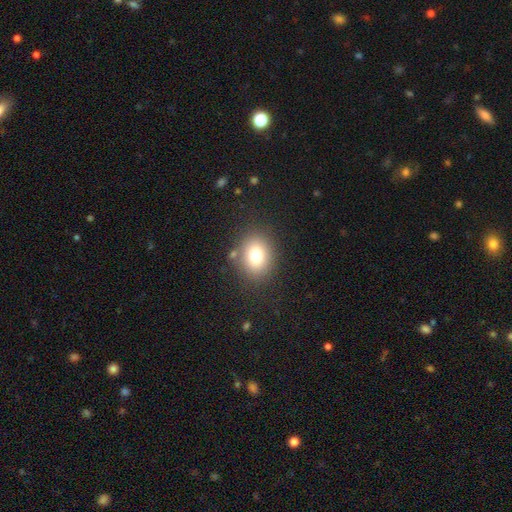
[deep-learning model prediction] Smooth or featured? smooth (76%)
How rounded? round (51%)
Merging? none (81%)